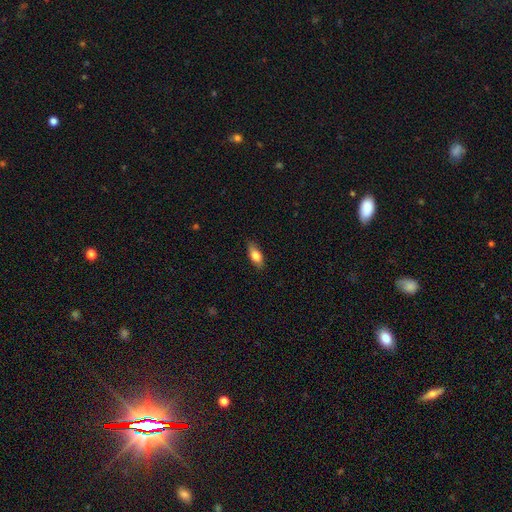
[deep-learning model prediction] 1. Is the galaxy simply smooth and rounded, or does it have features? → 78% smooth, 15% featured or disk, 7% star or artifact.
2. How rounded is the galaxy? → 80% in between, 16% cigar-shaped, 3% round.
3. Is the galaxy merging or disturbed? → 84% none, 13% minor disturbance, 3% major disturbance, 1% merger.